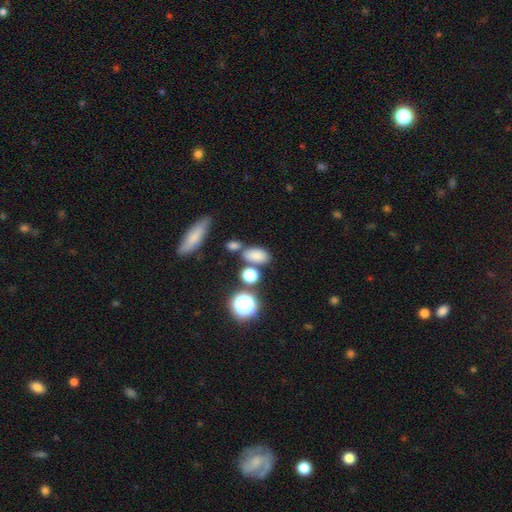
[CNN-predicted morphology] This is likely a smooth galaxy (78%). How rounded: clearly in between (83%). Merging: likely none (64%).